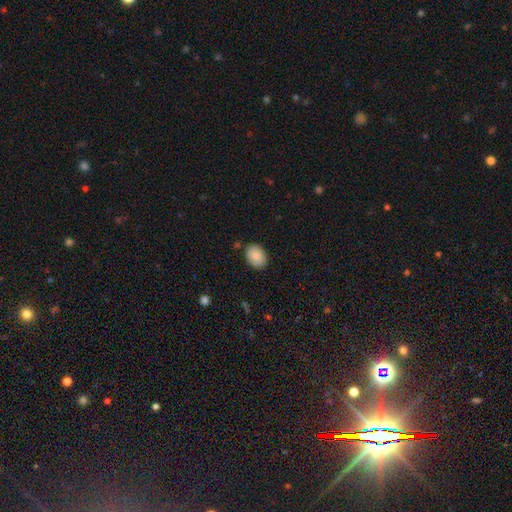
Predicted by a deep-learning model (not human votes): Smooth or featured? Predicted: smooth (p=0.86). How rounded? Predicted: in between (p=0.72). Merging? Predicted: none (p=0.86).